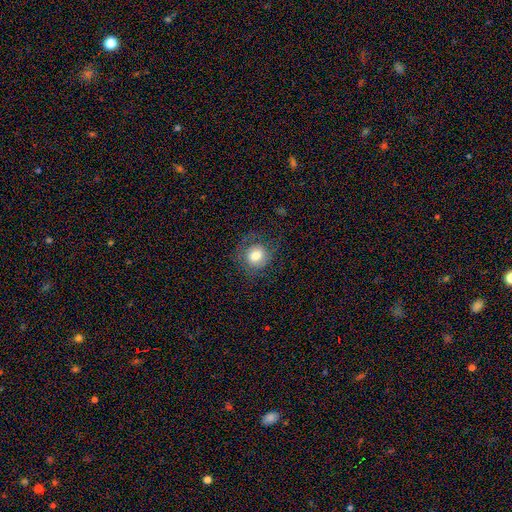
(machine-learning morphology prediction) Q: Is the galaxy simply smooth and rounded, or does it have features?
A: smooth — 71%.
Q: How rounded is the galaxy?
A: round — 81%.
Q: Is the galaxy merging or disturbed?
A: none — 69%.